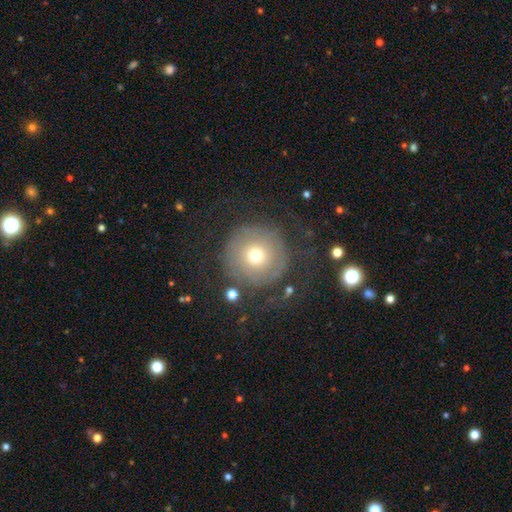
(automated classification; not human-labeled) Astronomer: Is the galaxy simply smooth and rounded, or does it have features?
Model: smooth — 48% (runner-up: featured or disk, 41%).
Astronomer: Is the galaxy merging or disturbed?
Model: none — 63%.